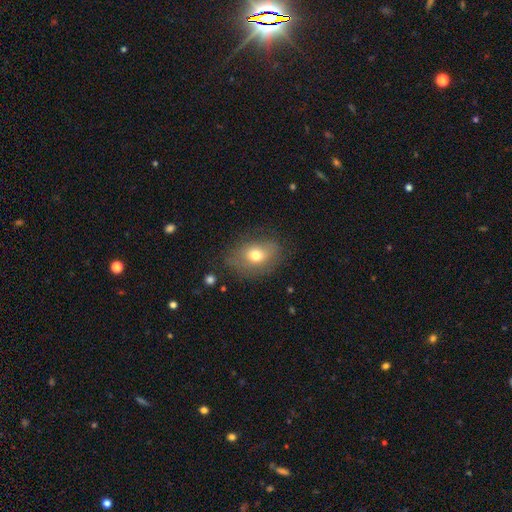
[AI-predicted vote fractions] The model was most divided on "how rounded": in between: 71%, round: 28%, cigar-shaped: 1%. More confident: merging — none (70%); smooth or featured — smooth (69%).